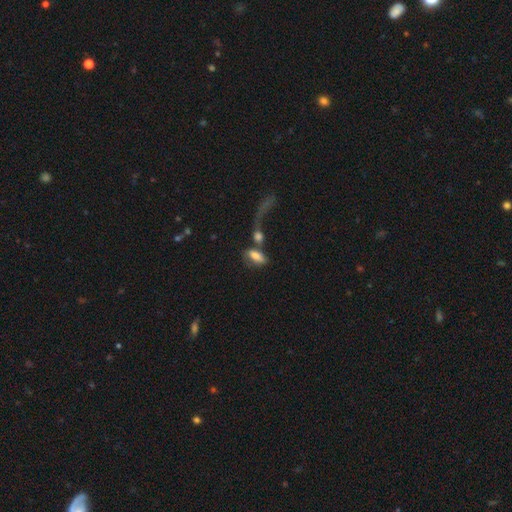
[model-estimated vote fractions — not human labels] Overall: smooth (70%). How rounded: in between (85%). Merging: merger (44%; none 28%).